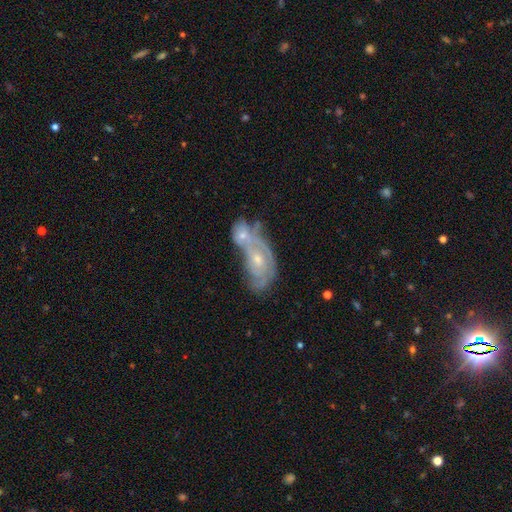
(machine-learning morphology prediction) A featured or disk galaxy (66%) with no bar (72%), spiral arms (70%) and a small central bulge (50%).

Vote fractions:
- Smooth or featured? featured or disk: 66% / smooth: 23% / star or artifact: 11%
- Edge-on disk? no: 93% / yes: 7%
- Bar? no: 72% / weak: 22% / strong: 6%
- Spiral arms? yes: 70% / no: 30%
- Bulge size? small: 50% / moderate: 44% / none: 3% / large: 2% / dominant: 1%
- Merging? merger: 61% / none: 22% / minor disturbance: 10% / major disturbance: 7%